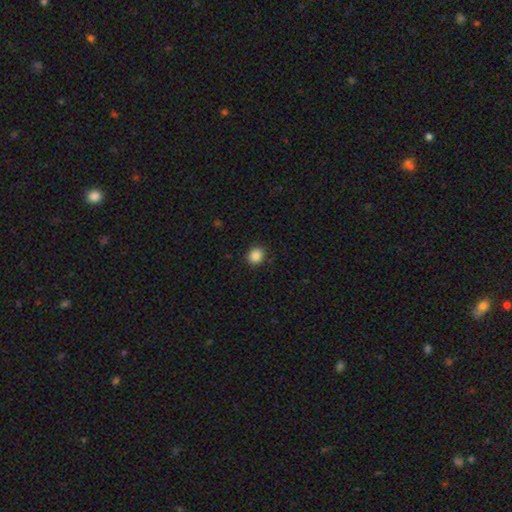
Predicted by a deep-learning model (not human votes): The model was most divided on "how rounded": round: 76%, in between: 23%, cigar-shaped: 1%. More confident: merging — none (89%); smooth or featured — smooth (87%).